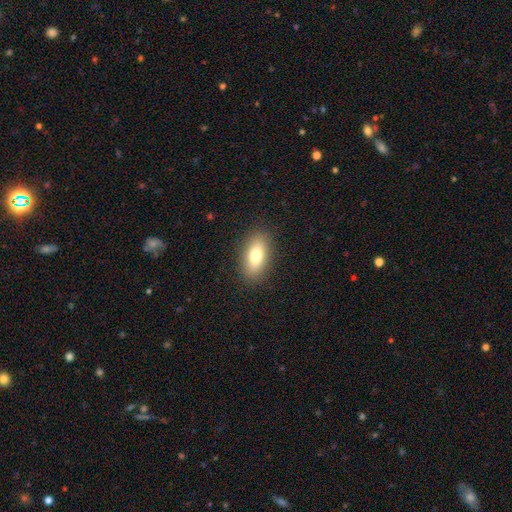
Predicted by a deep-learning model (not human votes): Smooth or featured? smooth (79%)
How rounded? in between (87%)
Merging? none (88%)